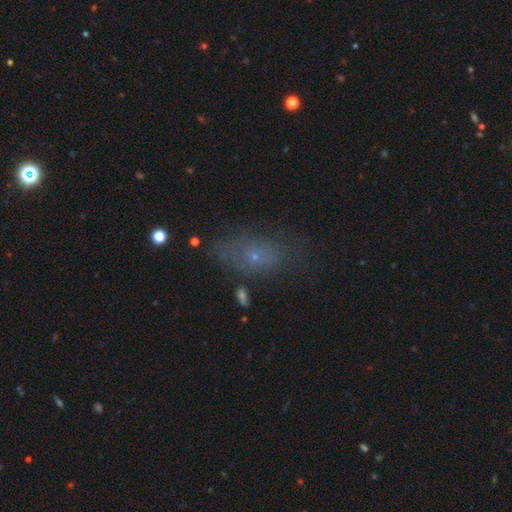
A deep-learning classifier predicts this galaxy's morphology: The model was most divided on "smooth or featured": smooth: 55%, featured or disk: 23%, star or artifact: 22%. More confident: how rounded — in between (76%); merging — none (63%).